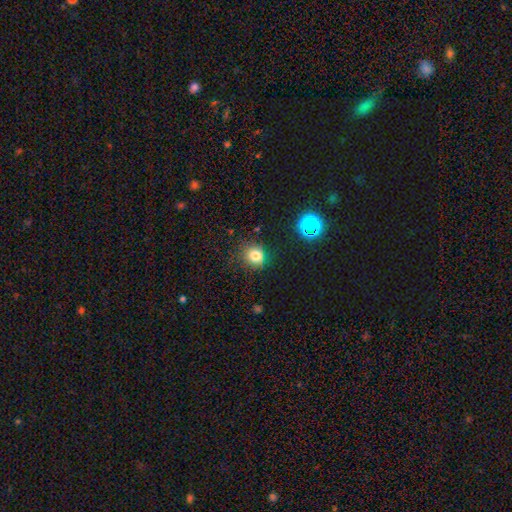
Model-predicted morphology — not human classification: Smooth or featured? Predicted: smooth (p=0.74). How rounded? Predicted: round (p=0.86). Merging? Predicted: none (p=0.81).